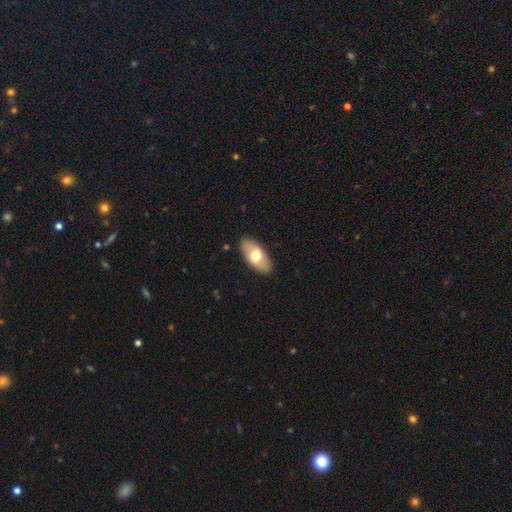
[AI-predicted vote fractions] This is likely a smooth galaxy (64%). How rounded: clearly in between (92%). Merging: clearly none (87%).